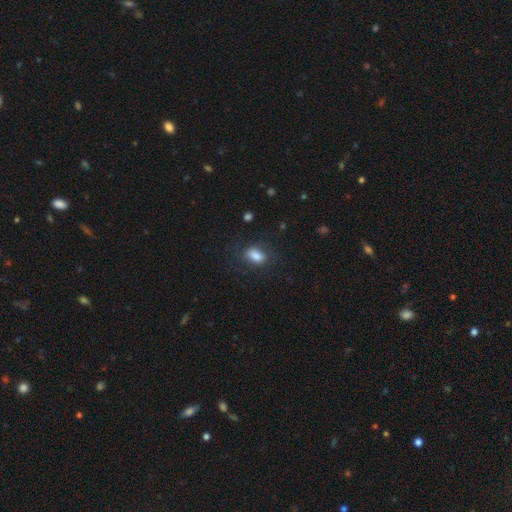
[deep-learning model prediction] The model was most divided on "merging": none: 74%, minor disturbance: 17%, major disturbance: 8%, merger: 1%. More confident: smooth or featured — smooth (82%); how rounded — in between (82%).